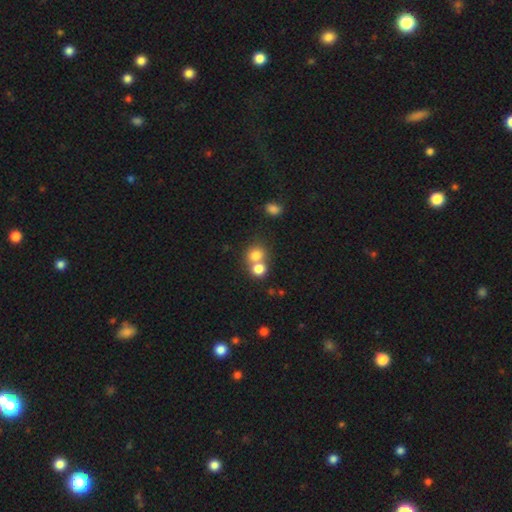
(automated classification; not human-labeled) The model was most divided on "merging": merger: 51%, none: 40%, minor disturbance: 6%, major disturbance: 3%. More confident: how rounded — round (78%); smooth or featured — smooth (77%).